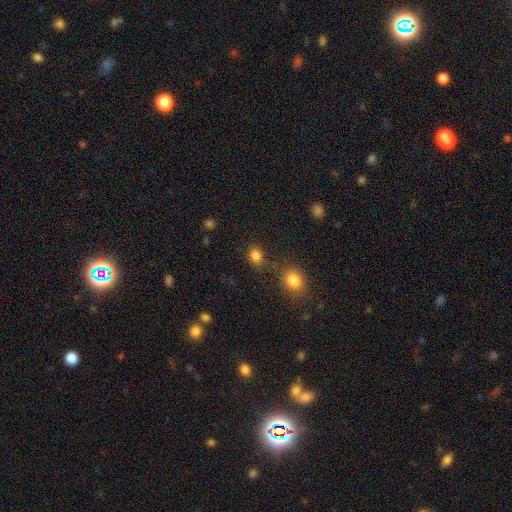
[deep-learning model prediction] Smooth or featured: smooth — 82% (star or artifact — 13%)
How rounded: round — 51% (in between — 47%)
Merging: none — 69% (minor disturbance — 13%)